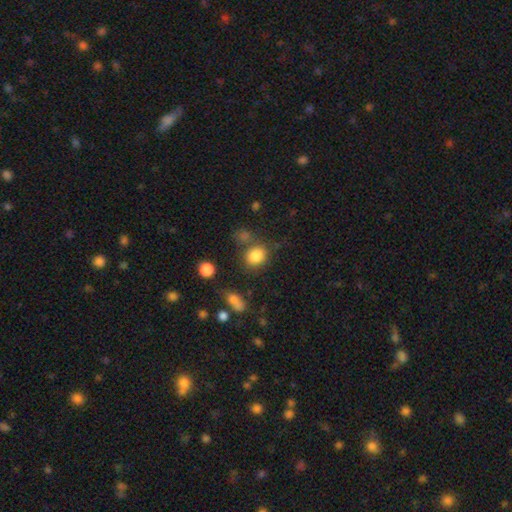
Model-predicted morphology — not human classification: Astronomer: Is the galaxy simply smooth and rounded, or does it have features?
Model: smooth — 83%.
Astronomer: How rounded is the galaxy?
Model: round — 66%.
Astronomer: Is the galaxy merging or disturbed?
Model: none — 68%.